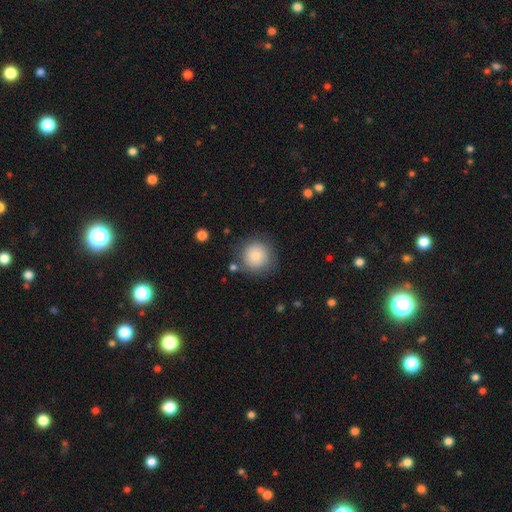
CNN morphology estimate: Smooth or featured?
  - smooth: 84% *
  - star or artifact: 8%
  - featured or disk: 8%
How rounded?
  - round: 93% *
  - in between: 6%
  - cigar-shaped: 1%
Merging?
  - none: 80% *
  - minor disturbance: 12%
  - major disturbance: 4%
  - merger: 3%